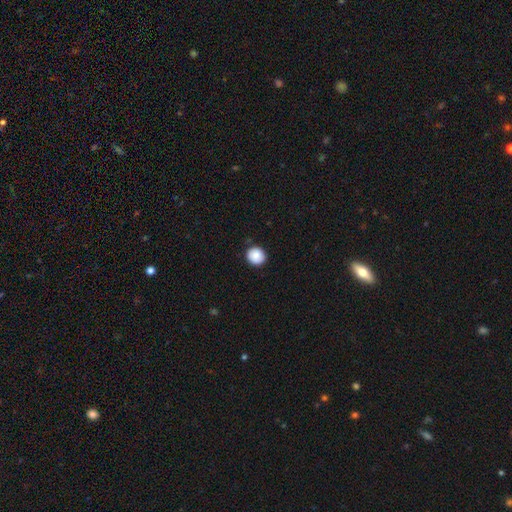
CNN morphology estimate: Smooth or featured? Predicted: smooth (p=0.86). How rounded? Predicted: round (p=0.89). Merging? Predicted: none (p=0.87).